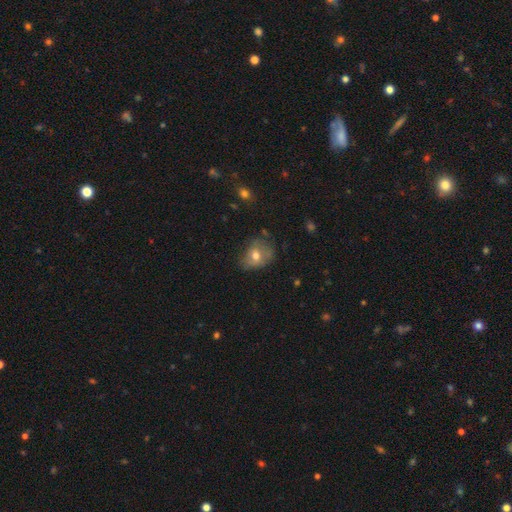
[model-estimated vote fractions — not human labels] A smooth galaxy with no disk features (64%) that is in between round and cigar-shaped (57%). Merging: none (48%).